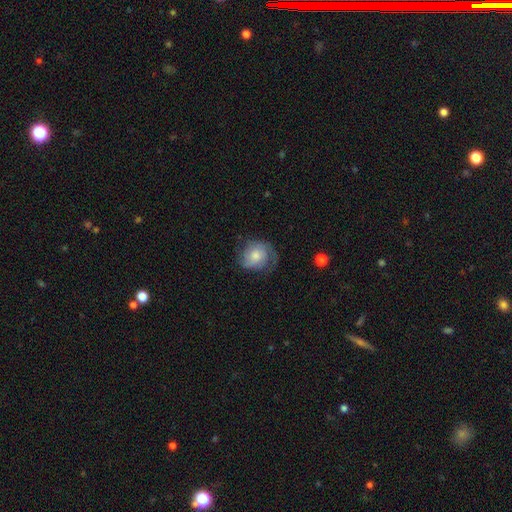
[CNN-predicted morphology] smooth-or-featured: featured or disk: 49% | smooth: 44% | star or artifact: 7%
  merging: none: 55% | minor disturbance: 27% | major disturbance: 17% | merger: 1%